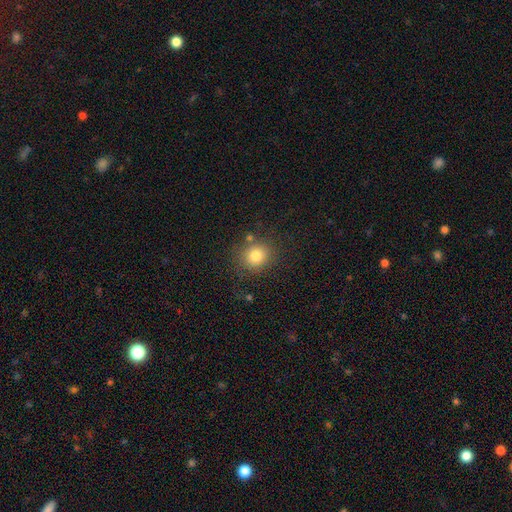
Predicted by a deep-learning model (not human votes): This appears to be a smooth galaxy with no disk features (81%) that is round (79%). Merging: none (79%).